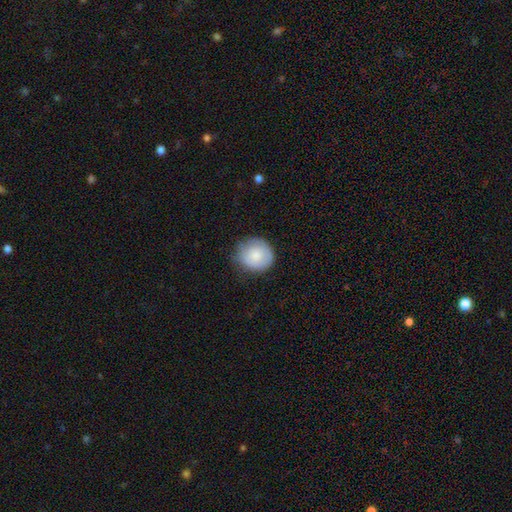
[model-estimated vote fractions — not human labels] Q: Smooth or featured?
A: smooth (79%); runner-up: featured or disk (15%)
Q: How rounded?
A: round (84%); runner-up: in between (15%)
Q: Merging?
A: none (68%); runner-up: minor disturbance (25%)